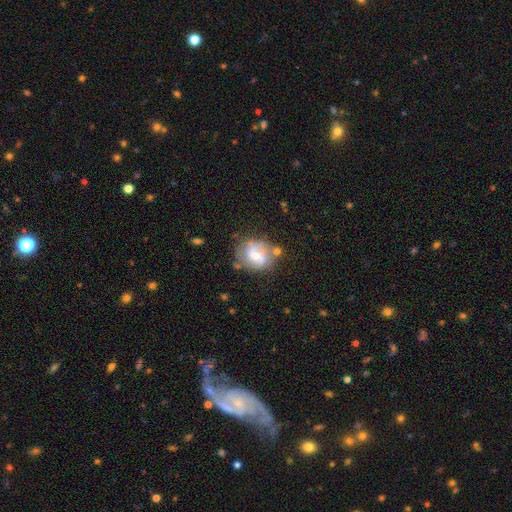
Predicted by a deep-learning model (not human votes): Smooth or featured? featured or disk (63%)
Edge-on disk? no (97%)
Bar? weak (47%)
Spiral arms? yes (78%)
Bulge size? moderate (53%)
Merging? none (54%)